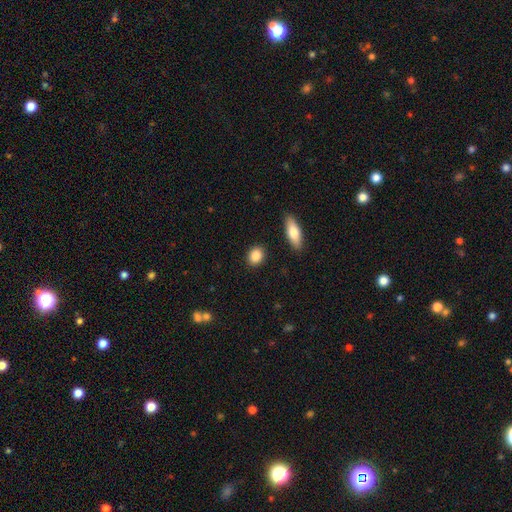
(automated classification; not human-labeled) smooth_or_featured: smooth (p=0.87) [alt: star or artifact p=0.07]
how_rounded: in between (p=0.50) [alt: round p=0.48]
merging: none (p=0.89) [alt: minor disturbance p=0.07]